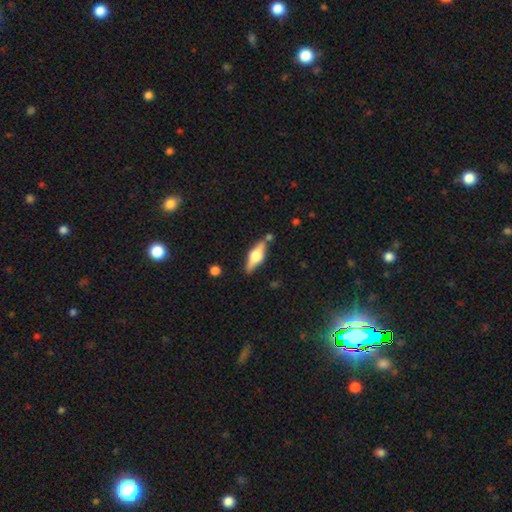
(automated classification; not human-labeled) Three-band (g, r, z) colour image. It shows a featured or disk galaxy (61%) viewed edge-on (94%) with a rounded central bulge (92%). Merging: none (80%).